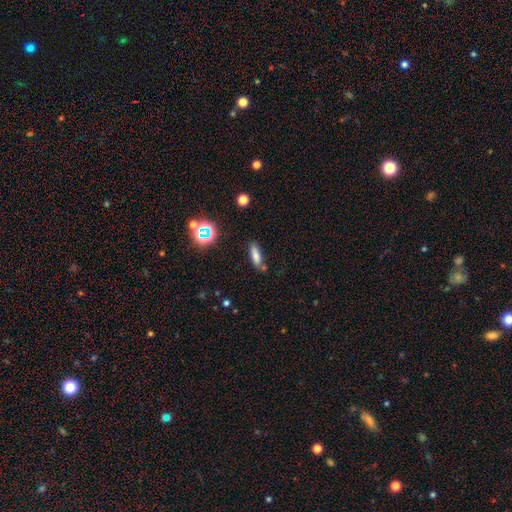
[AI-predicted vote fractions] smooth 72%, star or artifact 14%, featured or disk 14%. Down the decision tree: how rounded — in between (50%); merging — none (70%).